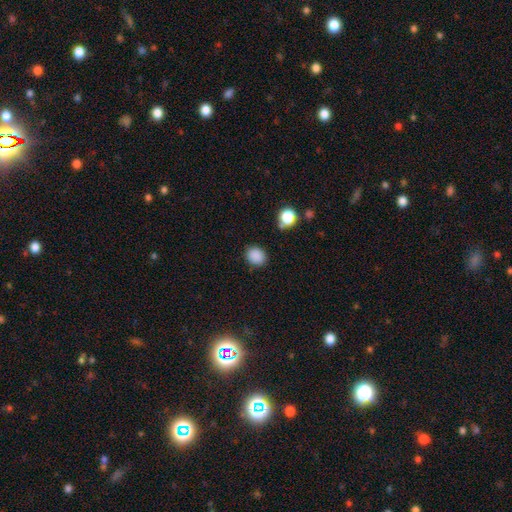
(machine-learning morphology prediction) This appears to be a smooth galaxy with no disk features (86%) that is round (61%). Merging: none (85%).